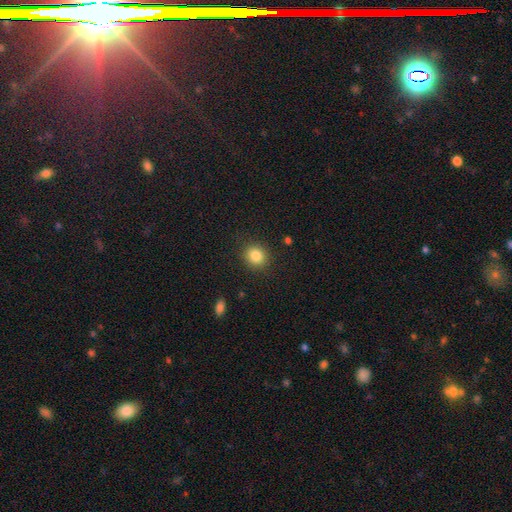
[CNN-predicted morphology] smooth 84%, star or artifact 10%, featured or disk 6%. Down the decision tree: how rounded — round (82%); merging — none (88%).